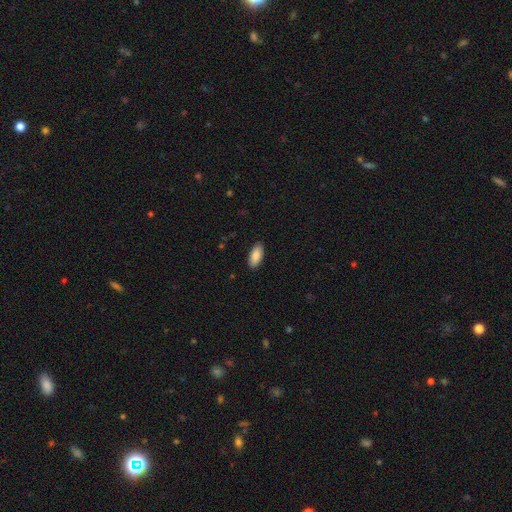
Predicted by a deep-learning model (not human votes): Overall: smooth (88%). How rounded: in between (87%). Merging: none (89%).